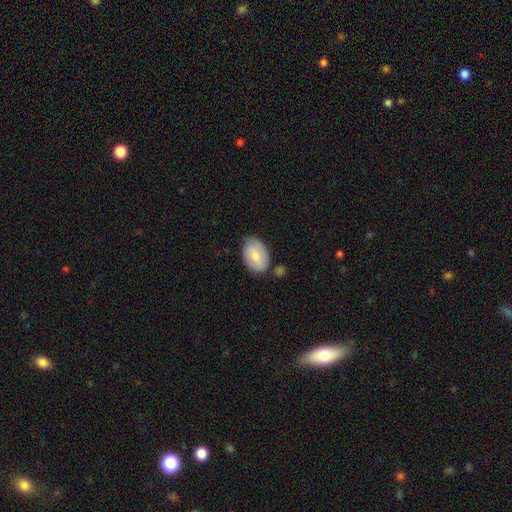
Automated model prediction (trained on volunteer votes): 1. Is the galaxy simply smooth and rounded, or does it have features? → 72% smooth, 21% featured or disk, 6% star or artifact.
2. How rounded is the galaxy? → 88% in between, 11% round, 1% cigar-shaped.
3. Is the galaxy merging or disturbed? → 66% none, 23% minor disturbance, 6% merger, 4% major disturbance.